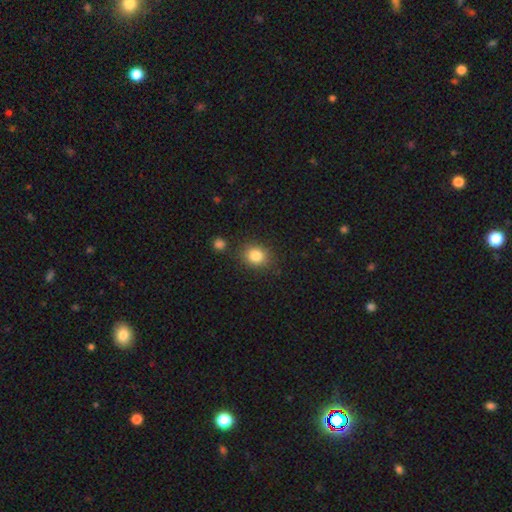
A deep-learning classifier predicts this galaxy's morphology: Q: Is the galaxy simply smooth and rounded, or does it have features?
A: smooth — 84%.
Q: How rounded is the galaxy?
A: round — 63%.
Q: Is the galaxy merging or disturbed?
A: none — 81%.